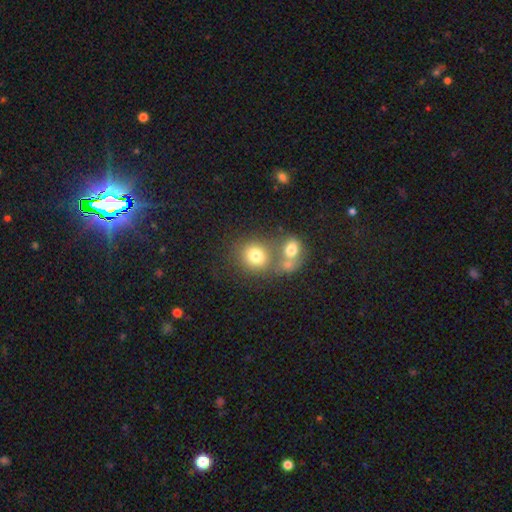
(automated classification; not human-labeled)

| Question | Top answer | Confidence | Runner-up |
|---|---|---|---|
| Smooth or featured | smooth | 76% | star or artifact (12%) |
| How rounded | round | 77% | in between (23%) |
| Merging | none | 48% | merger (38%) |